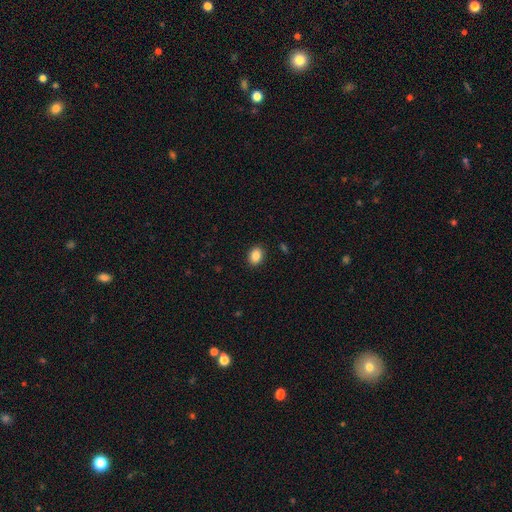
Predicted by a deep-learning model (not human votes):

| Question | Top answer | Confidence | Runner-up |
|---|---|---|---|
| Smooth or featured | smooth | 87% | star or artifact (9%) |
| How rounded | in between | 67% | round (32%) |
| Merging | none | 90% | minor disturbance (7%) |